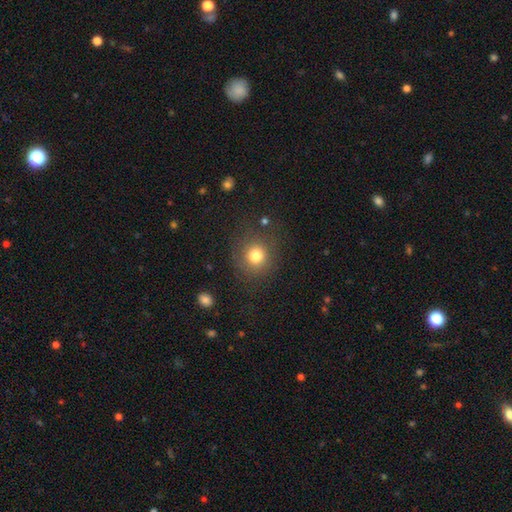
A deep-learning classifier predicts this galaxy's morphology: A smooth galaxy with no disk features (79%) that is round (89%). Merging: none (81%).